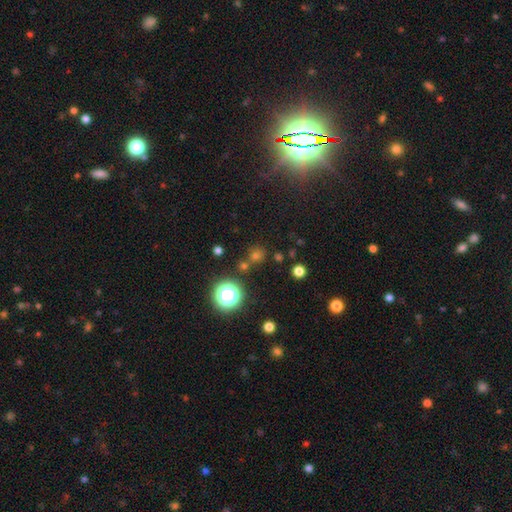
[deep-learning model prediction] This appears to be a smooth galaxy with no disk features (53%) that is round (89%). Merging: none (76%).